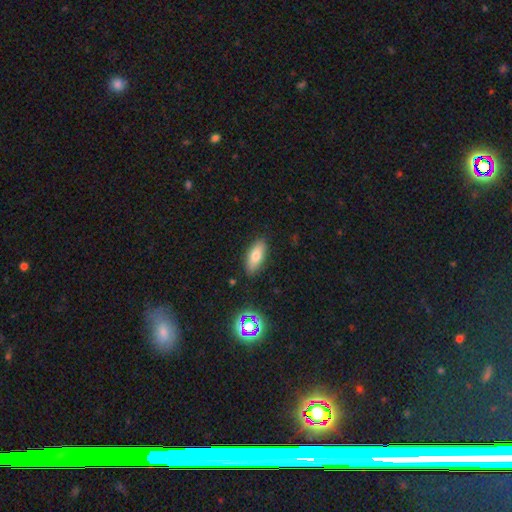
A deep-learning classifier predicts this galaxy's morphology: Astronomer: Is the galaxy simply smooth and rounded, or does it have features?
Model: smooth — 74%.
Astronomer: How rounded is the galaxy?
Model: in between — 80%.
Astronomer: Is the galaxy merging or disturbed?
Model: none — 86%.